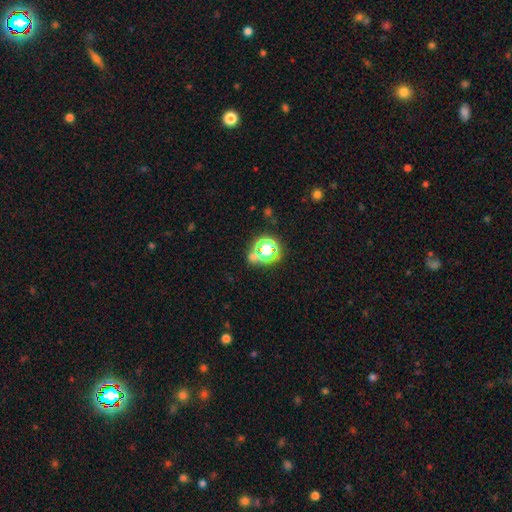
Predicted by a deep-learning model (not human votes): Smooth or featured?
  - star or artifact: 59% *
  - smooth: 33%
  - featured or disk: 8%